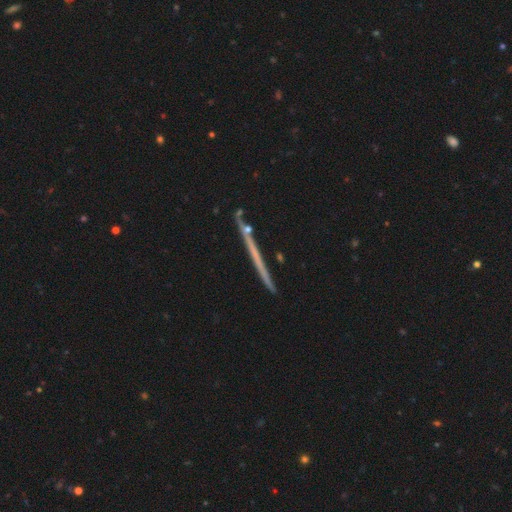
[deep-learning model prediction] smooth_or_featured: featured or disk (p=0.58) [alt: smooth p=0.34]
disk_edge_on: yes (p=0.97) [alt: no p=0.03]
edge_on_bulge: none (p=0.90) [alt: rounded p=0.07]
merging: none (p=0.88) [alt: minor disturbance p=0.08]